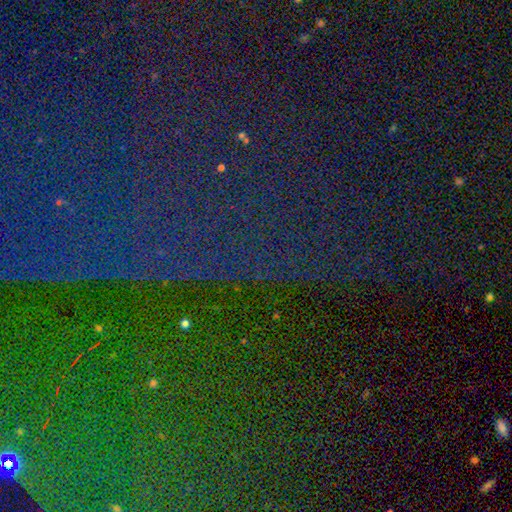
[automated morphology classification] Overall: star or artifact (84%).